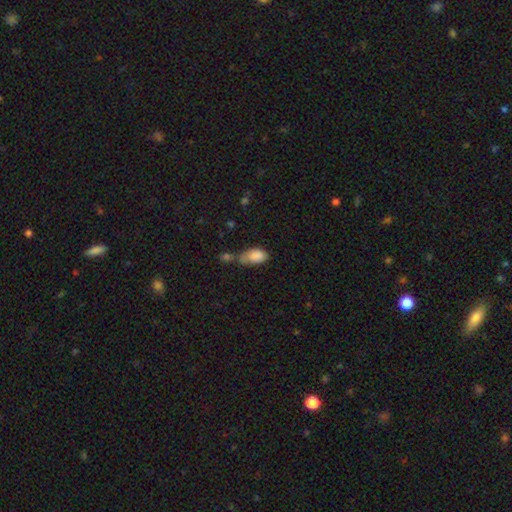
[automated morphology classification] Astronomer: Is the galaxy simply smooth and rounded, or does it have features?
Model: smooth — 84%.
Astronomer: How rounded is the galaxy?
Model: in between — 92%.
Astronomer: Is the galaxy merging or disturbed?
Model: merger — 33% (runner-up: none, 30%).